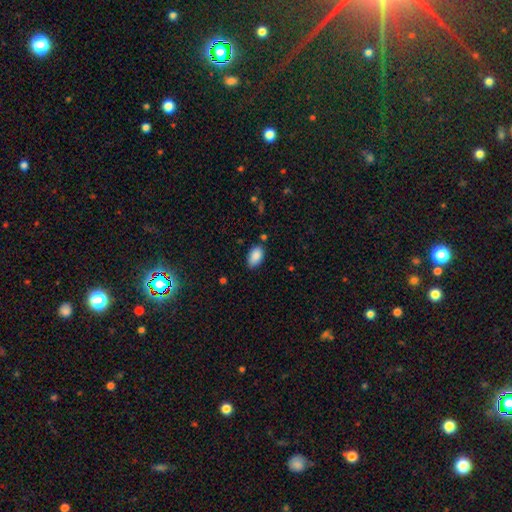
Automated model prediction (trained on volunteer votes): A smooth galaxy with no disk features (89%) that is in between round and cigar-shaped (92%).

Vote fractions:
- Smooth or featured? smooth: 89% / star or artifact: 7% / featured or disk: 4%
- How rounded? in between: 92% / round: 6% / cigar-shaped: 2%
- Merging? none: 77% / minor disturbance: 17% / major disturbance: 3% / merger: 3%